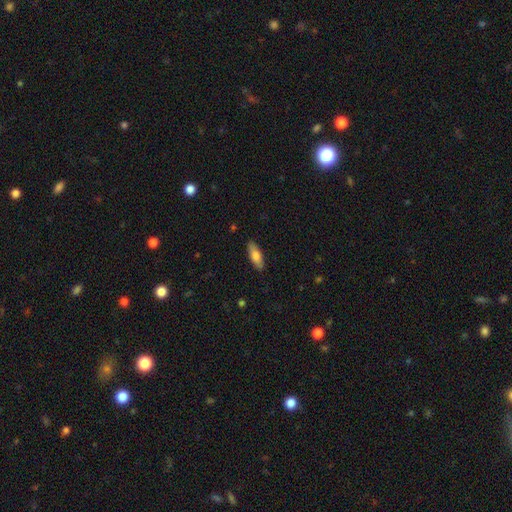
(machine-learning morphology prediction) smooth 73%, featured or disk 21%, star or artifact 6%. Down the decision tree: how rounded — in between (59%); merging — none (88%).